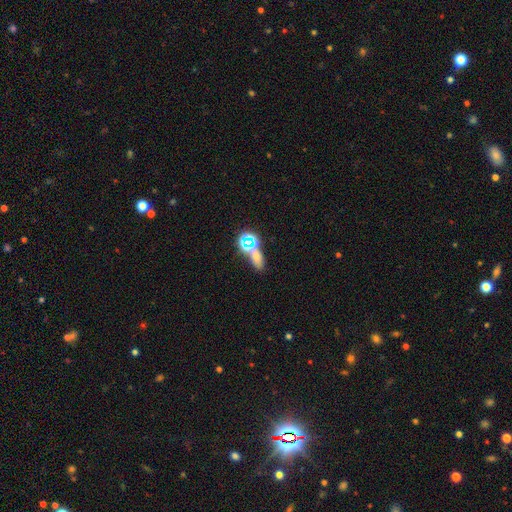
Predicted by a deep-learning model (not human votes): Q: Smooth or featured?
A: smooth (48%); runner-up: star or artifact (38%)
Q: Merging?
A: none (48%); runner-up: merger (33%)